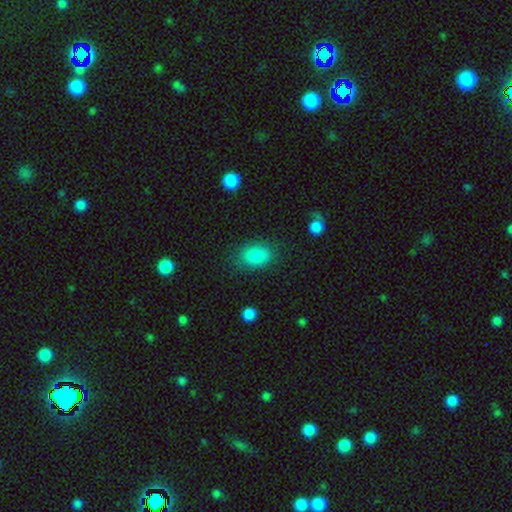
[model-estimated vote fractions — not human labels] smooth-or-featured: smooth: 85% | star or artifact: 8% | featured or disk: 6%
  how-rounded: in between: 80% | round: 18% | cigar-shaped: 1%
  merging: none: 79% | minor disturbance: 14% | major disturbance: 5% | merger: 2%